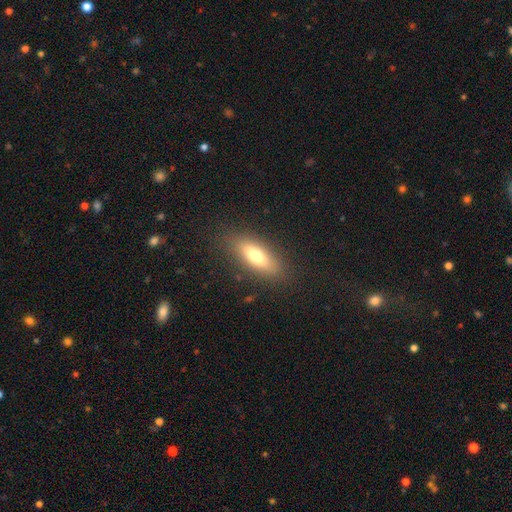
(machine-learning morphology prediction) type=smooth (70%); roundness=in between (61%); merging=none (86%).